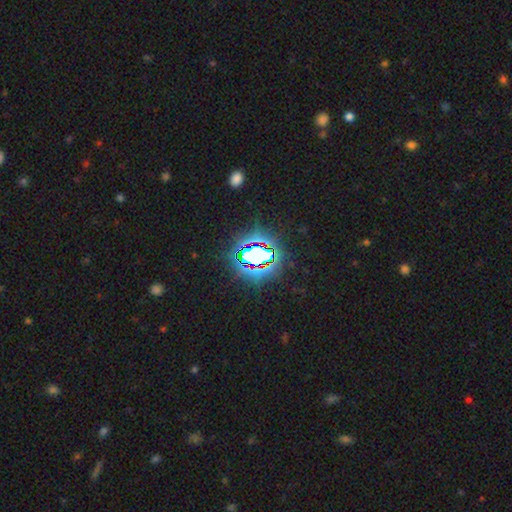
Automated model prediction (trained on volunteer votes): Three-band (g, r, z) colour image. It shows a star or artifact, not a galaxy (75%).